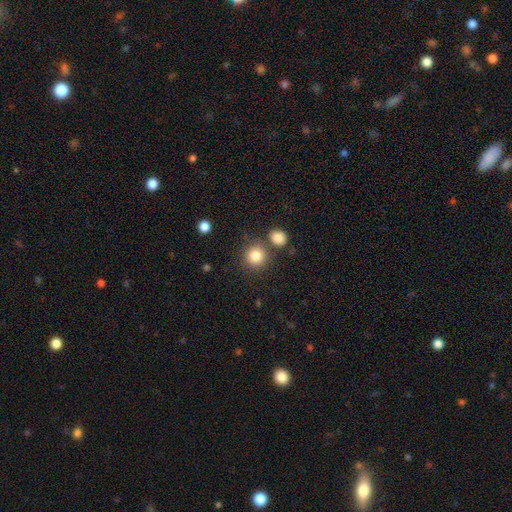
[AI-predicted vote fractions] smooth-or-featured: smooth: 84% | star or artifact: 10% | featured or disk: 6%
  how-rounded: round: 91% | in between: 8% | cigar-shaped: 1%
  merging: none: 76% | merger: 13% | minor disturbance: 8% | major disturbance: 3%